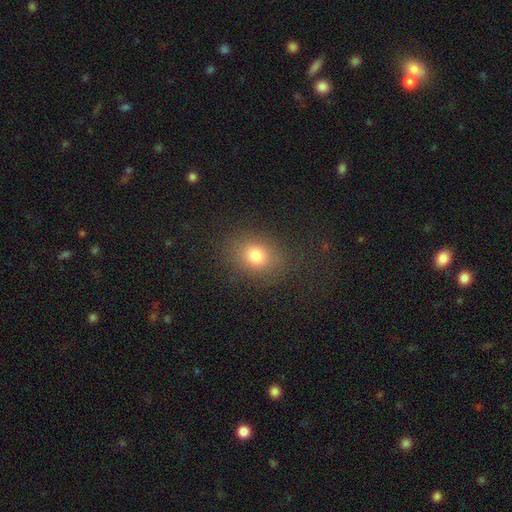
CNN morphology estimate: Q: Smooth or featured?
A: smooth (78%); runner-up: star or artifact (14%)
Q: How rounded?
A: round (52%); runner-up: in between (47%)
Q: Merging?
A: none (83%); runner-up: minor disturbance (11%)